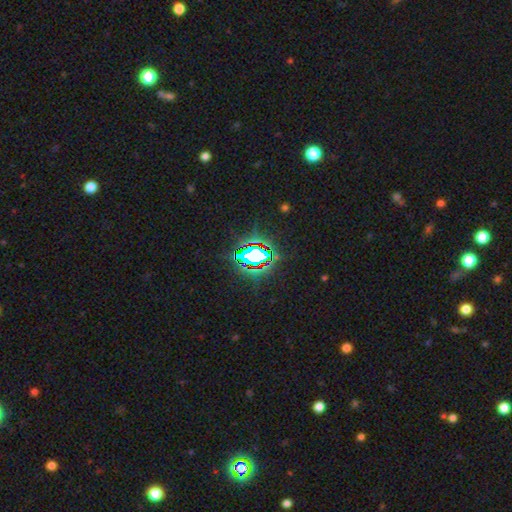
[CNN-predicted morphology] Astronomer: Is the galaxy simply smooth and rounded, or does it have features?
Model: star or artifact — 74%.